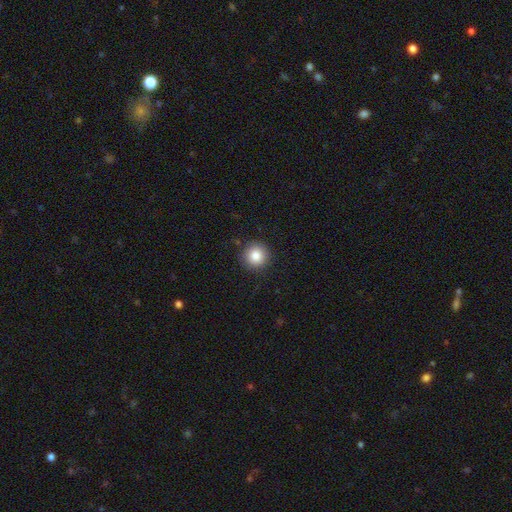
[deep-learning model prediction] Smooth or featured?
  - smooth: 84% *
  - star or artifact: 10%
  - featured or disk: 7%
How rounded?
  - round: 95% *
  - in between: 4%
  - cigar-shaped: 1%
Merging?
  - none: 90% *
  - minor disturbance: 7%
  - major disturbance: 2%
  - merger: 1%